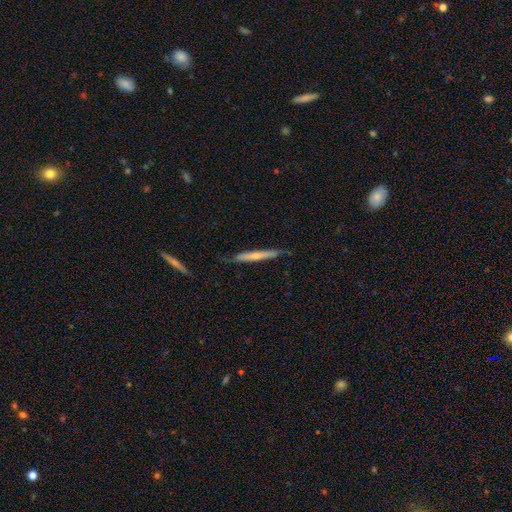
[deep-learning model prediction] Smooth or featured? Predicted: featured or disk (p=0.52). Edge-on disk? Predicted: yes (p=0.93). Merging? Predicted: none (p=0.77).